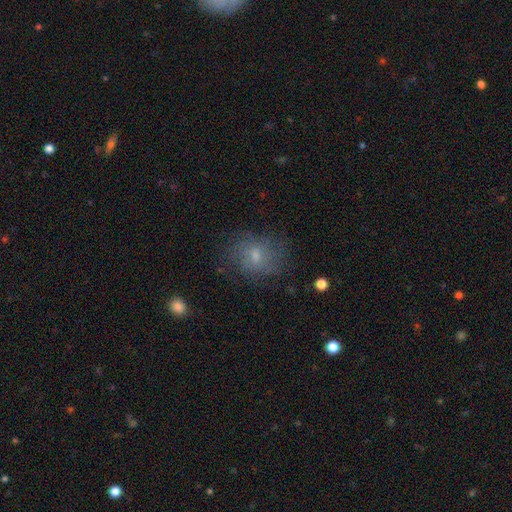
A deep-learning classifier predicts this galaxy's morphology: Smooth or featured? smooth (59%)
How rounded? round (57%)
Merging? none (68%)